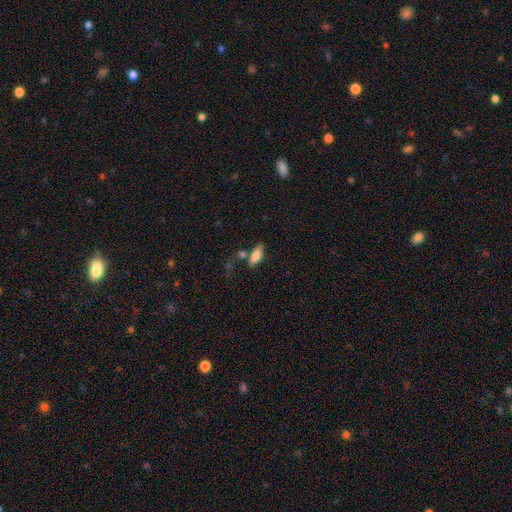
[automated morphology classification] This is likely a smooth galaxy (72%). How rounded: likely in between (67%). Merging: possibly none (56%).